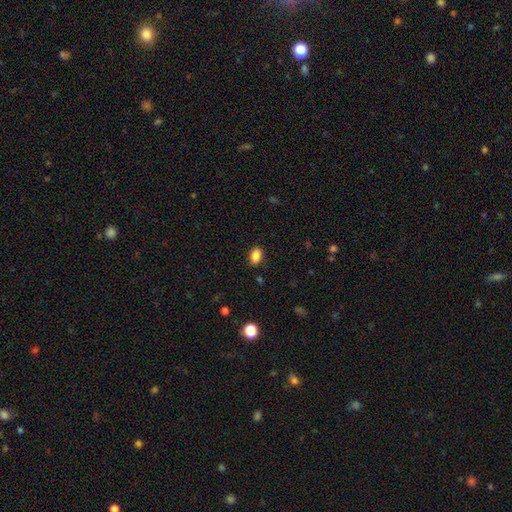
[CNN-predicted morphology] The model was most divided on "merging": none: 87%, minor disturbance: 10%, major disturbance: 2%, merger: 1%. More confident: how rounded — in between (88%); smooth or featured — smooth (87%).